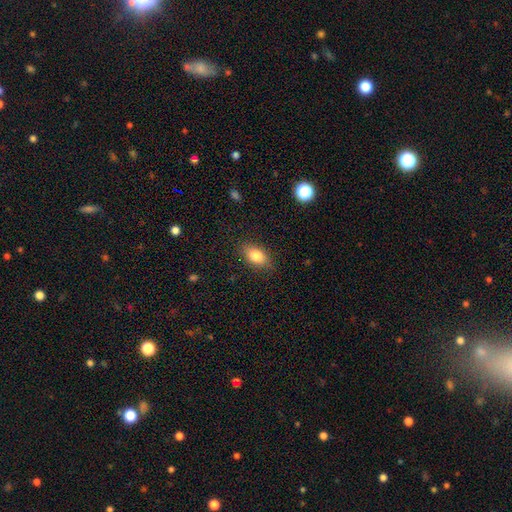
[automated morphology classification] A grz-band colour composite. It shows a smooth galaxy with no disk features (82%) that is in between round and cigar-shaped (85%). Merging: none (84%).